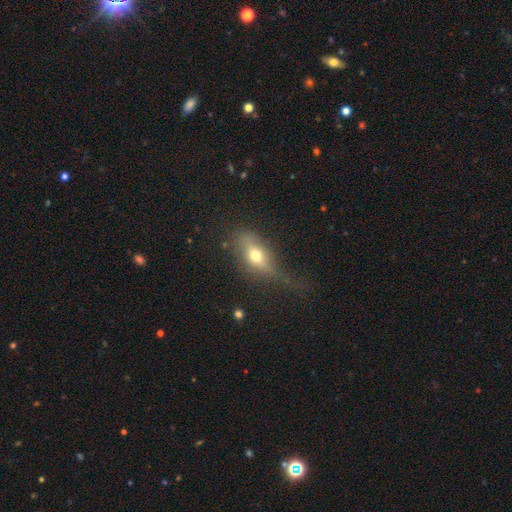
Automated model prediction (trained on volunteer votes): The model was most divided on "merging": none: 42%, major disturbance: 28%, minor disturbance: 27%, merger: 3%. More confident: how rounded — in between (74%); smooth or featured — smooth (60%).